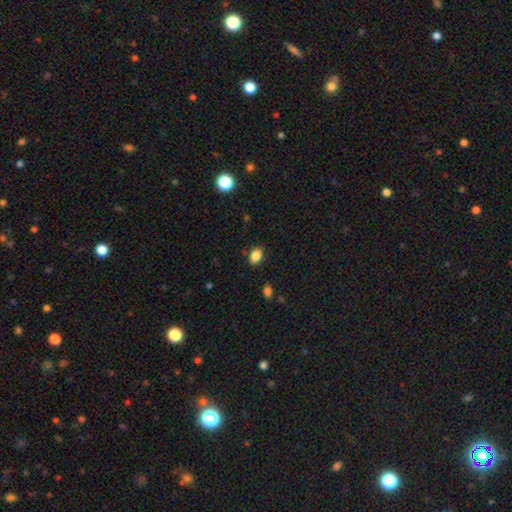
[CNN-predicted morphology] Q: Smooth or featured?
A: smooth (86%); runner-up: star or artifact (10%)
Q: How rounded?
A: in between (78%); runner-up: round (21%)
Q: Merging?
A: none (87%); runner-up: minor disturbance (9%)